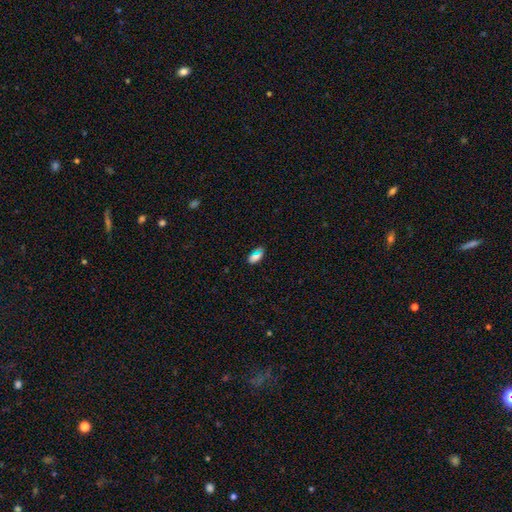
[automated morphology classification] A smooth galaxy with no disk features (61%) that is in between round and cigar-shaped (83%). Merging: none (69%).